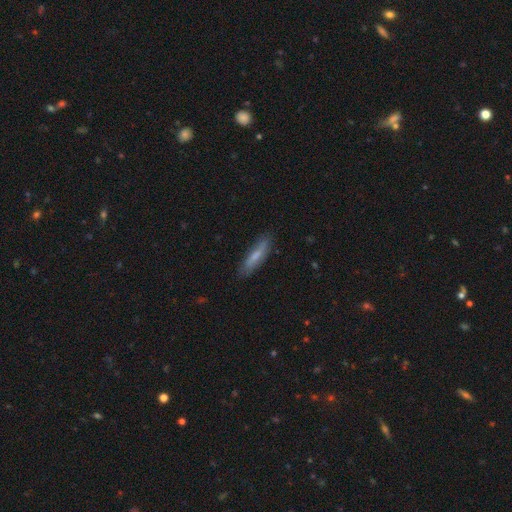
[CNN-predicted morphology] Smooth or featured: smooth — 59% (featured or disk — 35%)
How rounded: cigar-shaped — 75% (in between — 23%)
Merging: none — 82% (minor disturbance — 14%)